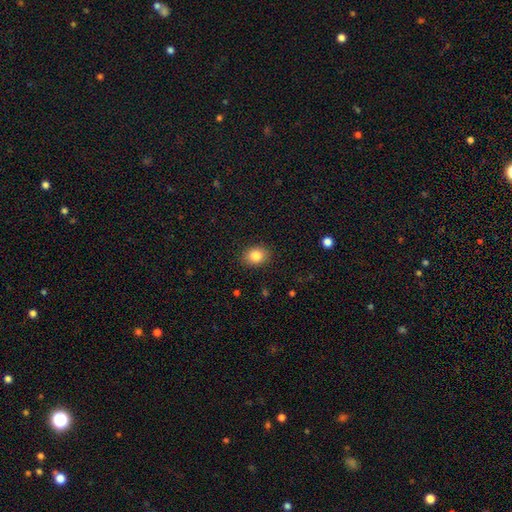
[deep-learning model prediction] Morphology: type=smooth (85%); roundness=round (50%); merging=none (89%).